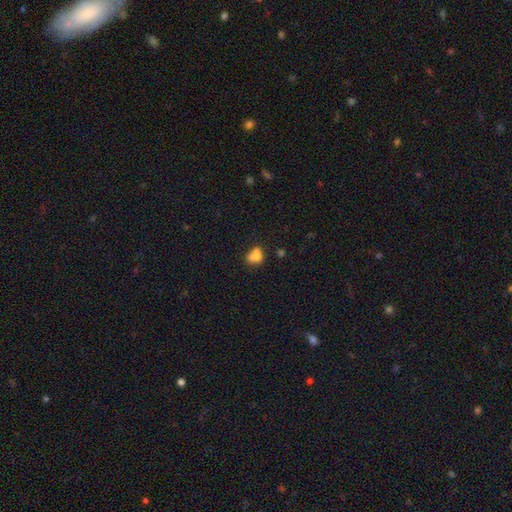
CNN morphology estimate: smooth 74%, featured or disk 15%, star or artifact 11%. Down the decision tree: how rounded — in between (58%); merging — none (35%, tied with merger).